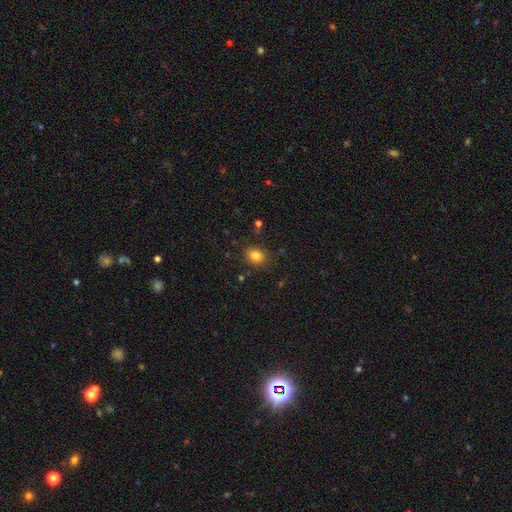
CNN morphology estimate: A smooth galaxy with no disk features (82%) that is round (53%).

Vote fractions:
- Smooth or featured? smooth: 82% / star or artifact: 12% / featured or disk: 7%
- How rounded? round: 53% / in between: 47% / cigar-shaped: 1%
- Merging? none: 84% / minor disturbance: 11% / major disturbance: 3% / merger: 2%